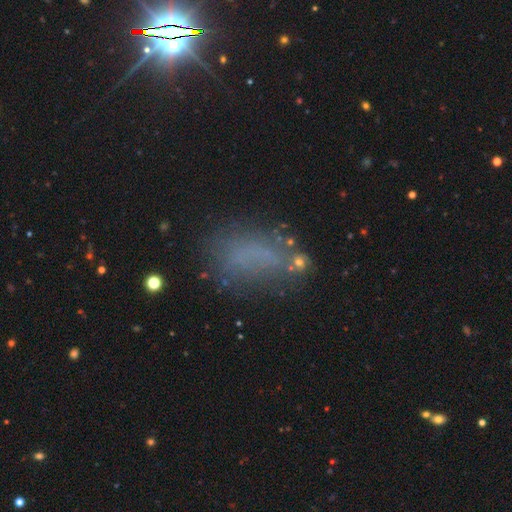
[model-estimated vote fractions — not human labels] Smooth or featured? smooth (45%)
Merging? none (51%)